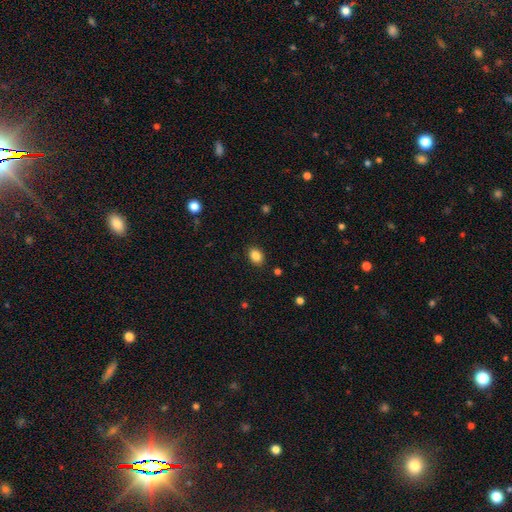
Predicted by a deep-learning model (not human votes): The model was most divided on "how rounded": in between: 70%, round: 29%, cigar-shaped: 1%. More confident: merging — none (88%); smooth or featured — smooth (86%).